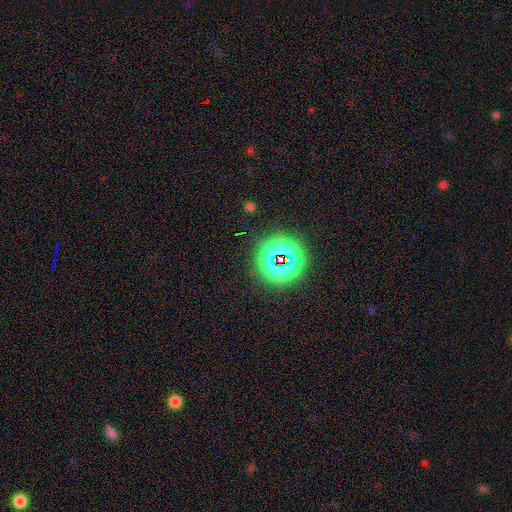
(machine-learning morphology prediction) Overall: star or artifact (77%).